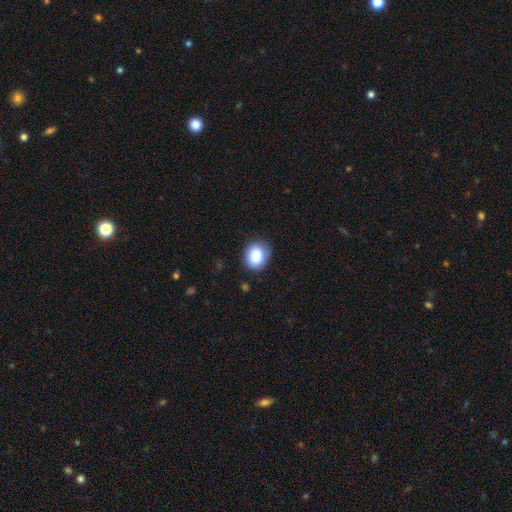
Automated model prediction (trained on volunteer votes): This is clearly a smooth galaxy (84%). How rounded: likely round (61%). Merging: likely none (80%).